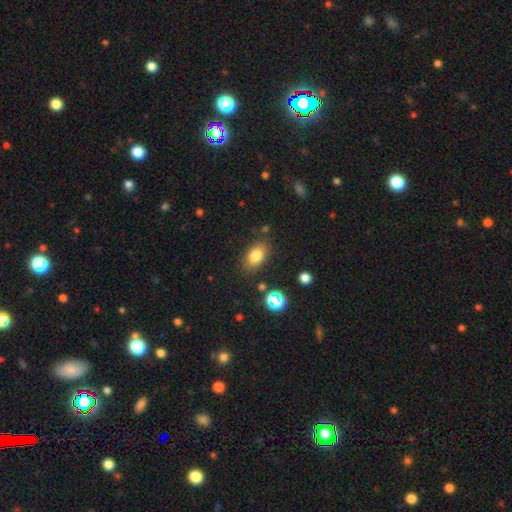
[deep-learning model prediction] Smooth or featured?
  - smooth: 79% *
  - star or artifact: 11%
  - featured or disk: 10%
How rounded?
  - in between: 85% *
  - round: 12%
  - cigar-shaped: 3%
Merging?
  - none: 81% *
  - minor disturbance: 12%
  - major disturbance: 4%
  - merger: 3%